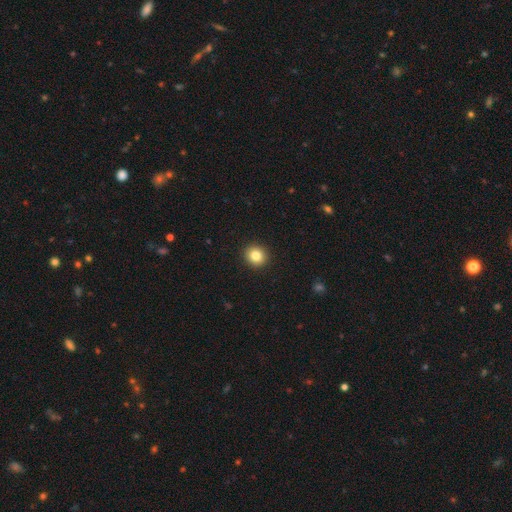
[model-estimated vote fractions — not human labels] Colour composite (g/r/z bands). It shows a smooth galaxy with no disk features (83%) that is round (87%). Merging: none (93%).